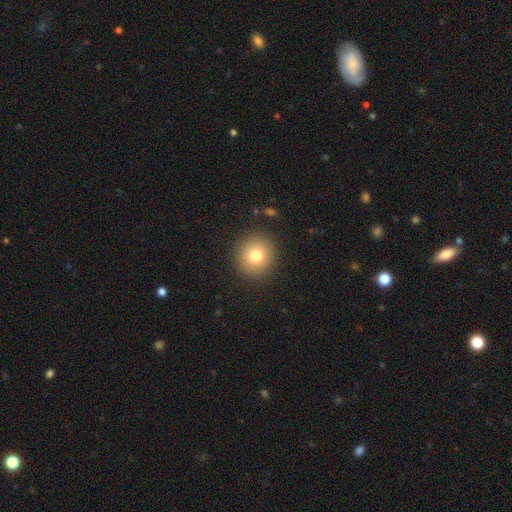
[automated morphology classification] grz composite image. It shows a smooth galaxy with no disk features (79%) that is round (92%). Merging: none (90%).